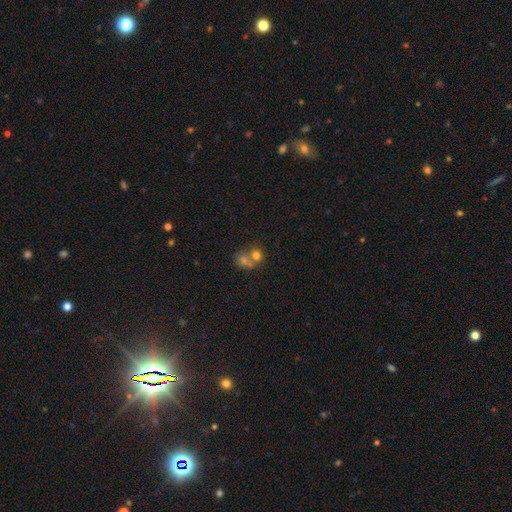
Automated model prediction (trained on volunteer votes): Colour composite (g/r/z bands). It shows a smooth galaxy with no disk features (60%) that is round (73%). Merging: merger (57%).